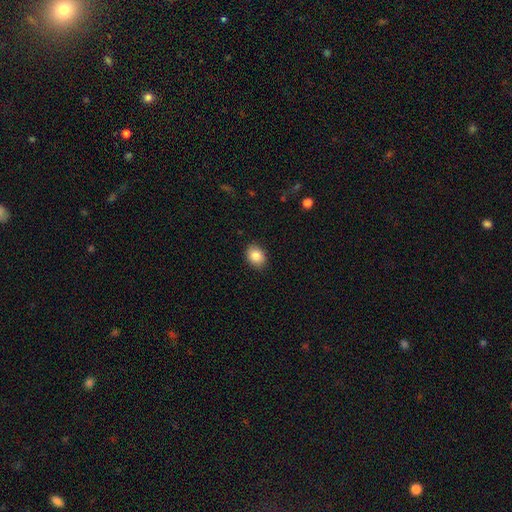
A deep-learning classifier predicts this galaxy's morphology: smooth 85%, star or artifact 8%, featured or disk 7%. Down the decision tree: how rounded — in between (56%); merging — none (88%).